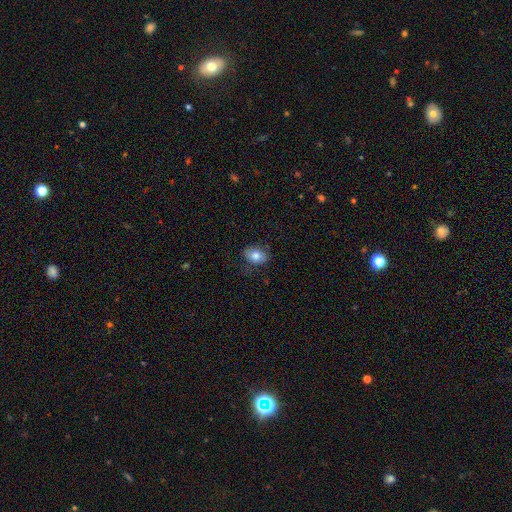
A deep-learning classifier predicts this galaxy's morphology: Smooth or featured? Predicted: smooth (p=0.79). How rounded? Predicted: in between (p=0.73). Merging? Predicted: none (p=0.74).